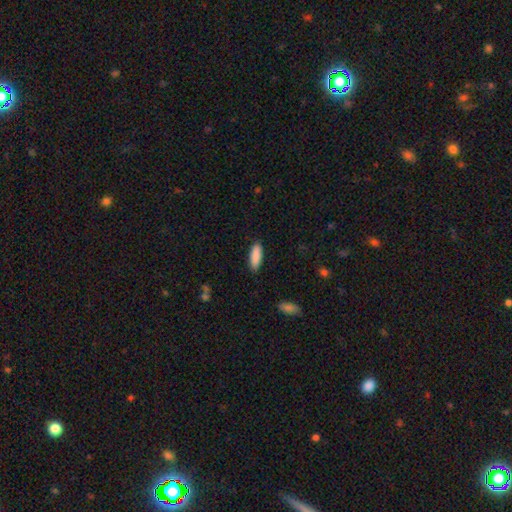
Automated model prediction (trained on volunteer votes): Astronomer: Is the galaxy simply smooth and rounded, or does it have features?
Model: smooth — 89%.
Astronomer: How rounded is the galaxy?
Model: in between — 61% (runner-up: cigar-shaped, 37%).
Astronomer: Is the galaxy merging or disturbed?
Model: none — 88%.